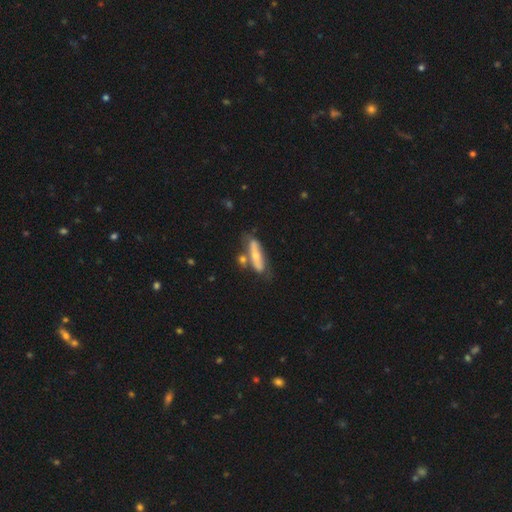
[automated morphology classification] A smooth galaxy with no disk features (49%).

Vote fractions:
- Smooth or featured? smooth: 49% / featured or disk: 45% / star or artifact: 6%
- Merging? none: 55% / minor disturbance: 21% / merger: 17% / major disturbance: 7%